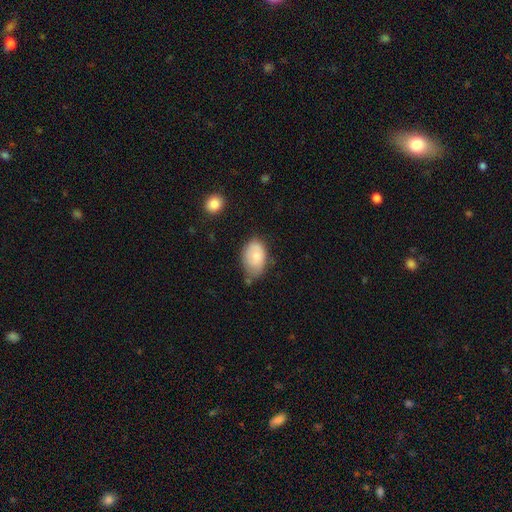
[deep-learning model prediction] A smooth galaxy with no disk features (73%) that is in between round and cigar-shaped (87%).

Vote fractions:
- Smooth or featured? smooth: 73% / featured or disk: 20% / star or artifact: 7%
- How rounded? in between: 87% / round: 12% / cigar-shaped: 1%
- Merging? none: 49% / minor disturbance: 36% / major disturbance: 9% / merger: 6%